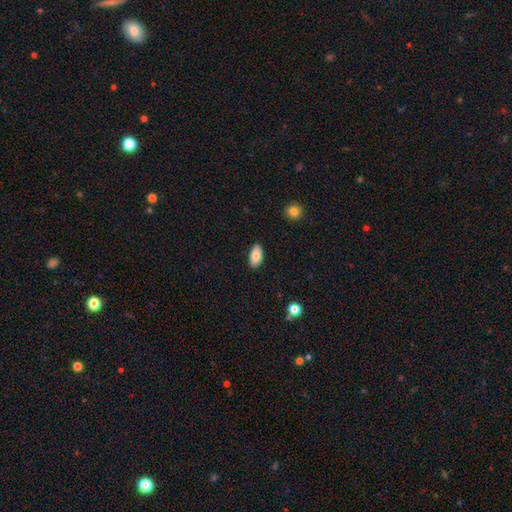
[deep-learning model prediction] Smooth or featured? smooth (82%)
How rounded? in between (94%)
Merging? none (87%)